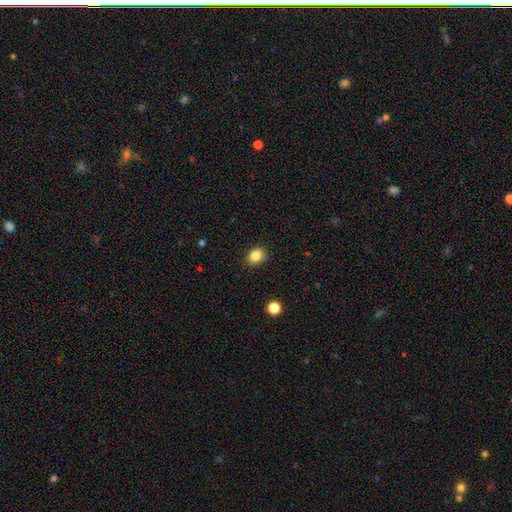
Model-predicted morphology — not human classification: type=smooth (84%); roundness=in between (50%, tied with round); merging=none (87%).